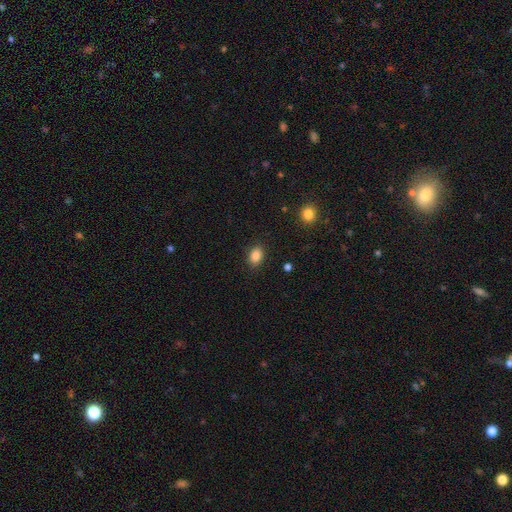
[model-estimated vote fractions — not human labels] smooth_or_featured: smooth (p=0.86) [alt: star or artifact p=0.10]
how_rounded: in between (p=0.76) [alt: round p=0.23]
merging: none (p=0.88) [alt: minor disturbance p=0.09]